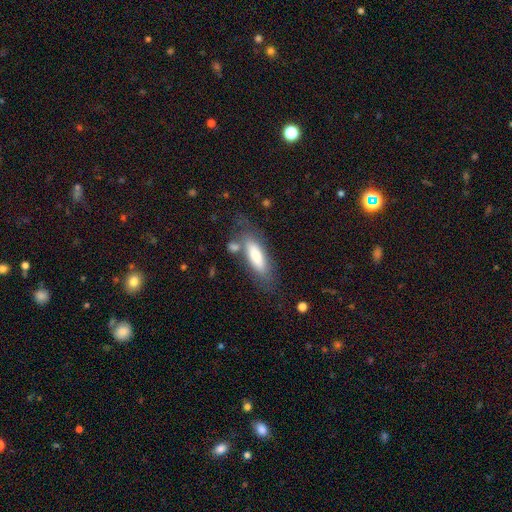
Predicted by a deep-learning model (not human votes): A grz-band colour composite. It shows a smooth galaxy with no disk features (74%) that is in between round and cigar-shaped (56%). Merging: none (62%).